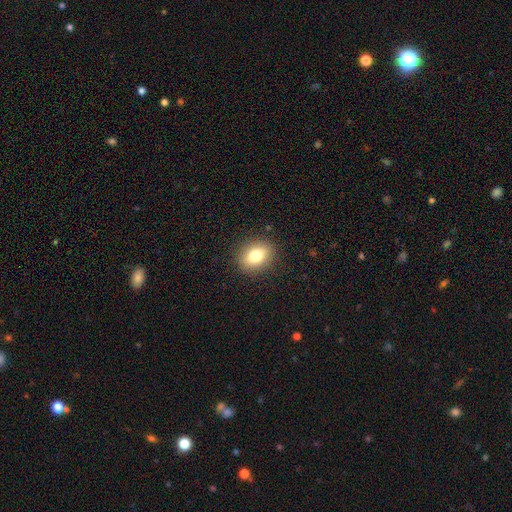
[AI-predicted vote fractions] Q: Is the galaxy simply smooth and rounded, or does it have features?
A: smooth — 79%.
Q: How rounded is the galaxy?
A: in between — 65%.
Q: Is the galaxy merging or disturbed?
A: none — 88%.